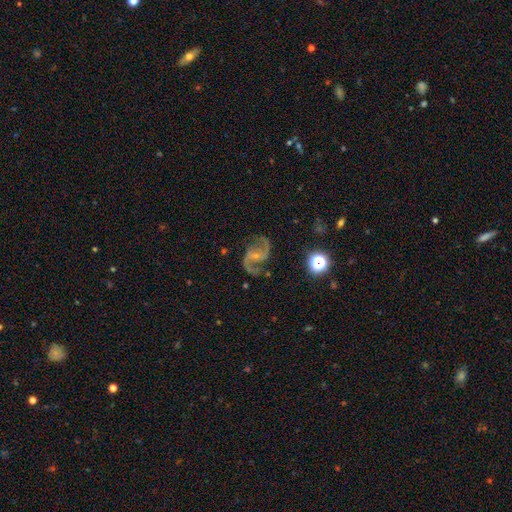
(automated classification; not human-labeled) Overall: featured or disk (90%). Edge-on disk: no (98%). Bar: weak (46%; no 32%). Spiral arms: yes (98%). Spiral arm count: 2 (94%). Spiral winding: loose (48%; medium 44%). Bulge size: small (72%). Merging: none (75%).